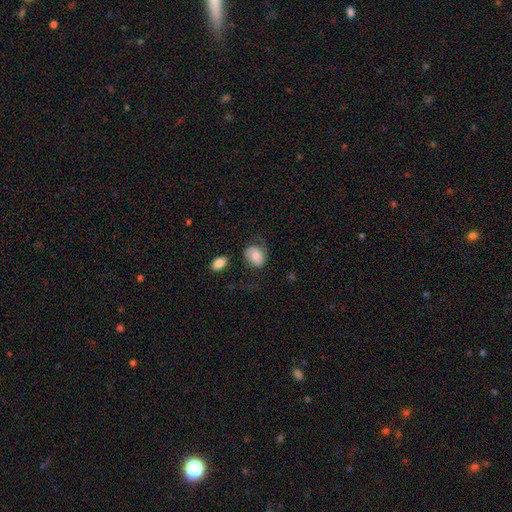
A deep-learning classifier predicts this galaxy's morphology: This is likely a smooth galaxy (71%). How rounded: likely in between (64%). Merging: possibly none (59%).